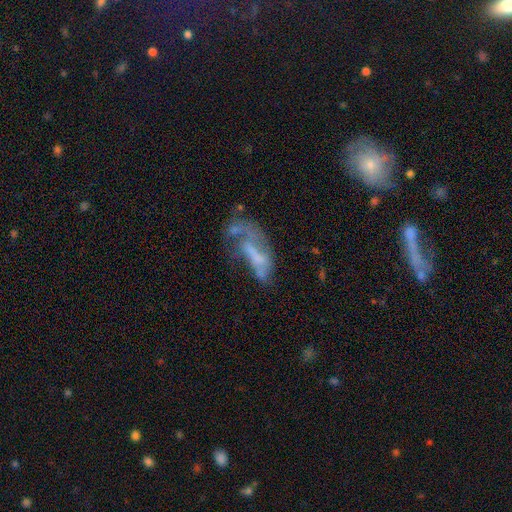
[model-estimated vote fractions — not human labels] Q: Smooth or featured?
A: featured or disk (53%); runner-up: smooth (35%)
Q: Edge-on disk?
A: no (90%); runner-up: yes (10%)
Q: Merging?
A: major disturbance (41%); runner-up: none (23%)